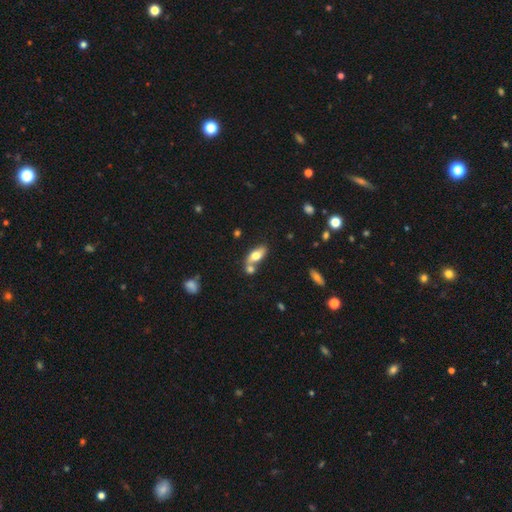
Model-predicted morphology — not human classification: Smooth or featured? smooth (64%)
How rounded? in between (79%)
Merging? none (46%)